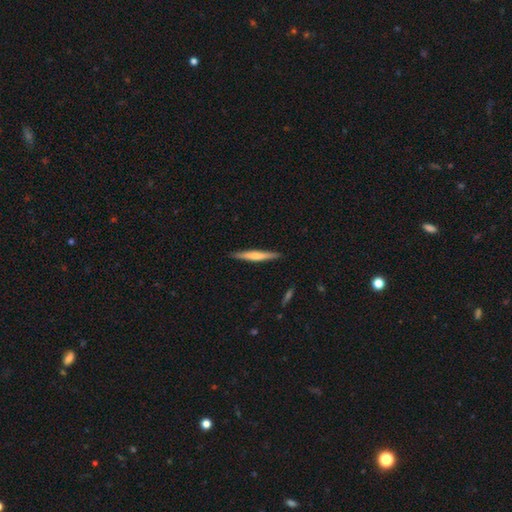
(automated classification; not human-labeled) Smooth or featured? smooth (54%)
How rounded? cigar-shaped (95%)
Merging? none (90%)